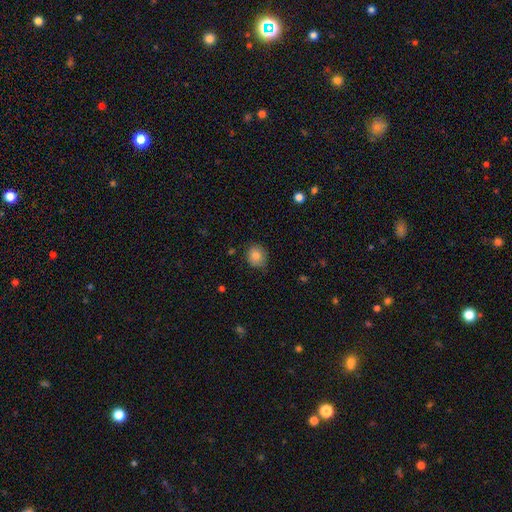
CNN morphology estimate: smooth-or-featured: smooth: 81% | star or artifact: 10% | featured or disk: 9%
  how-rounded: round: 79% | in between: 20% | cigar-shaped: 1%
  merging: none: 77% | minor disturbance: 19% | major disturbance: 3% | merger: 1%